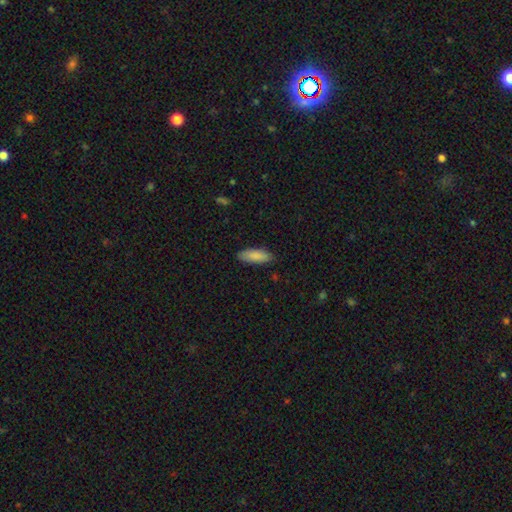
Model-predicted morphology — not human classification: The model was most divided on "how rounded": in between: 70%, cigar-shaped: 28%, round: 2%. More confident: smooth or featured — smooth (88%); merging — none (85%).